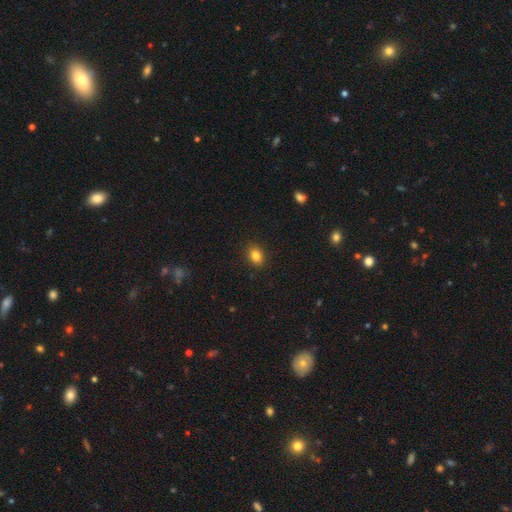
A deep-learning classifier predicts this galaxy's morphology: A smooth galaxy with no disk features (83%) that is in between round and cigar-shaped (65%). Merging: none (89%).